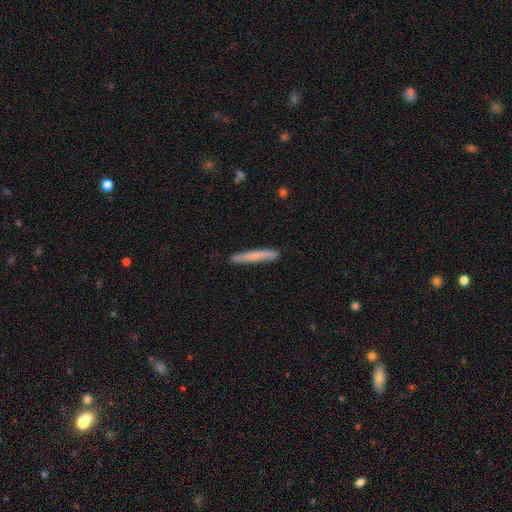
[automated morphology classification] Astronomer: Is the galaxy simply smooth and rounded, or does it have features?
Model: smooth — 70%.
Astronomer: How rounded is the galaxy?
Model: cigar-shaped — 96%.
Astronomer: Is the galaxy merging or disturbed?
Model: none — 85%.